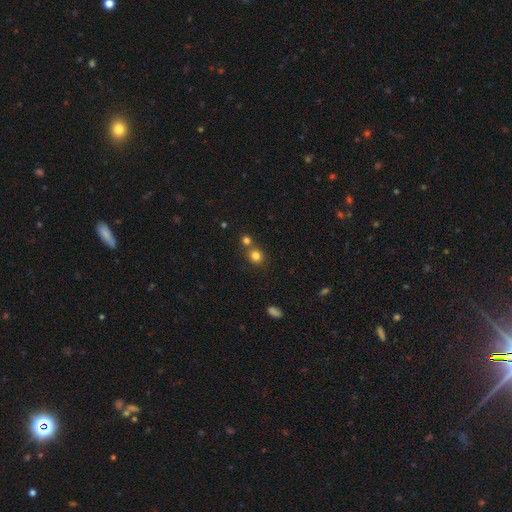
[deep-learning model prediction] Smooth or featured?
  - smooth: 80% *
  - star or artifact: 14%
  - featured or disk: 7%
How rounded?
  - round: 85% *
  - in between: 14%
  - cigar-shaped: 1%
Merging?
  - none: 62% *
  - merger: 28%
  - minor disturbance: 8%
  - major disturbance: 3%